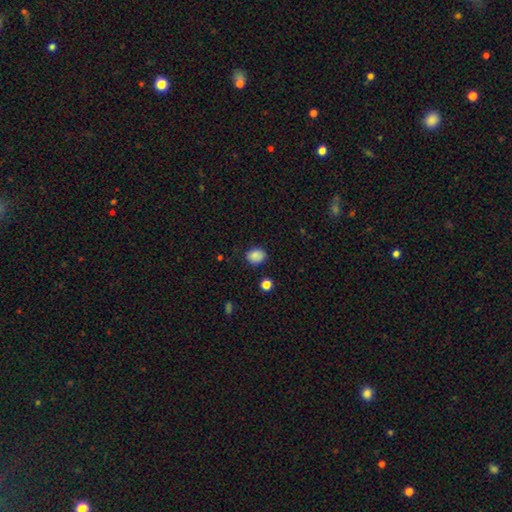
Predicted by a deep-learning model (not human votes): The model was most divided on "how rounded": round: 52%, in between: 47%, cigar-shaped: 1%. More confident: smooth or featured — smooth (85%); merging — none (76%).